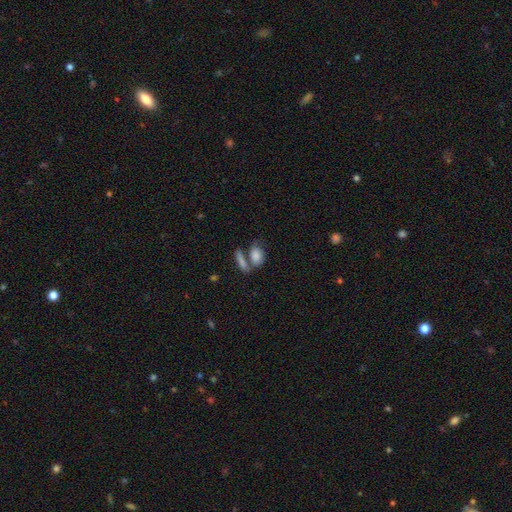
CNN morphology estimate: This is clearly a smooth galaxy (81%). How rounded: likely in between (79%). Merging: marginally merger (41%).